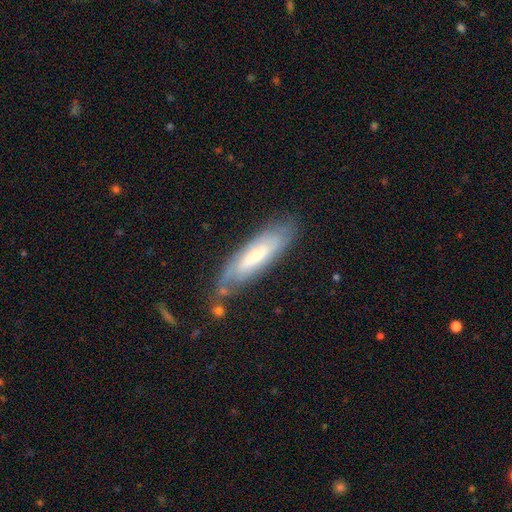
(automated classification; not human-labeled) featured or disk 51%, smooth 42%, star or artifact 7%. Down the decision tree: edge-on disk — no (63%); merging — none (69%).